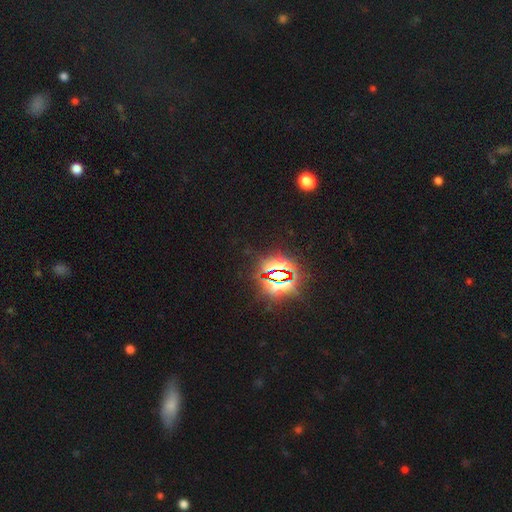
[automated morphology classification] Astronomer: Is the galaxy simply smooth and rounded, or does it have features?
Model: star or artifact — 81%.